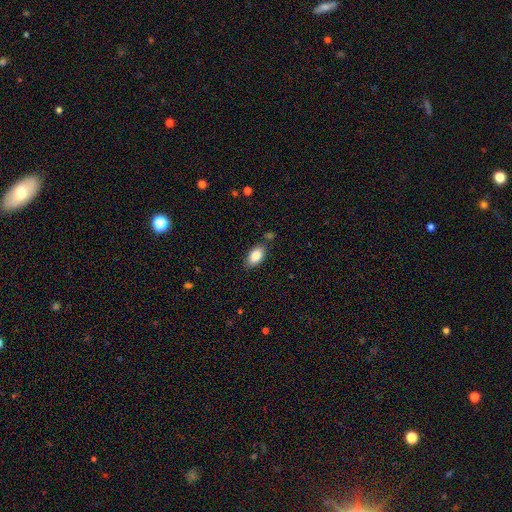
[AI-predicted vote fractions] Morphology: type=smooth (85%); roundness=in between (93%); merging=none (78%).